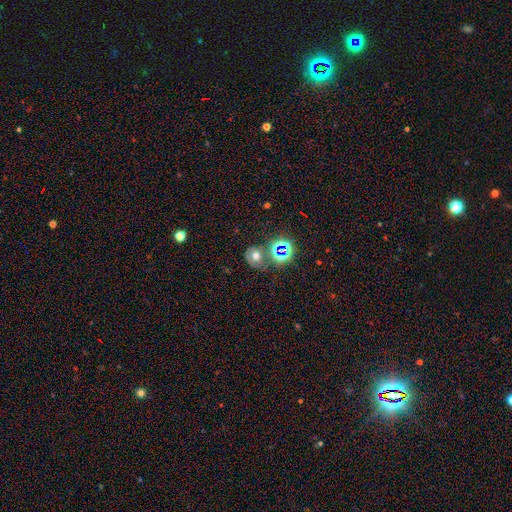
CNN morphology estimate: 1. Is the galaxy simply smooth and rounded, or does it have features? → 45% smooth, 28% featured or disk, 27% star or artifact.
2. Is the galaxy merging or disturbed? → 58% none, 17% minor disturbance, 15% merger, 9% major disturbance.